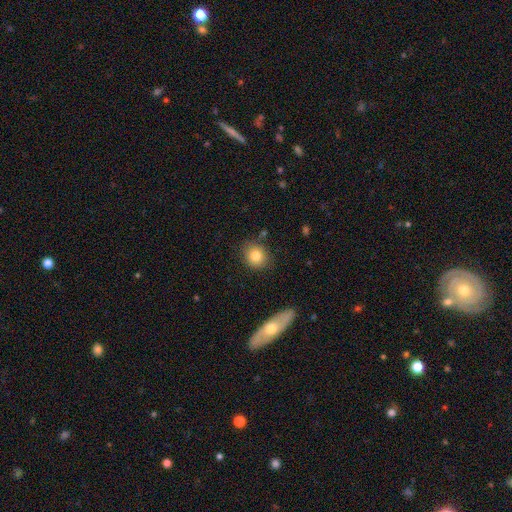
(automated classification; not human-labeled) Overall: smooth (82%). How rounded: round (76%). Merging: none (83%).